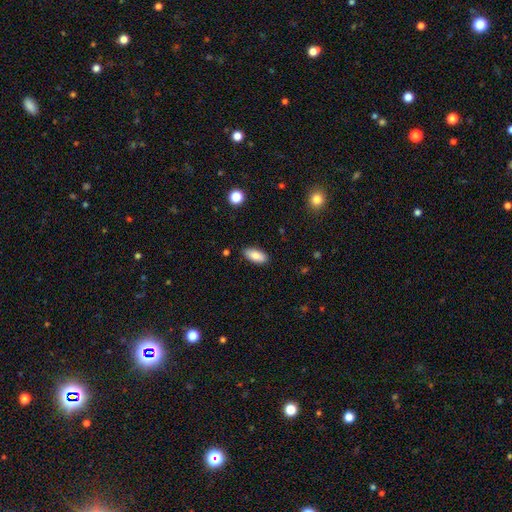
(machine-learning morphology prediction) smooth-or-featured: smooth: 85% | featured or disk: 8% | star or artifact: 7%
  how-rounded: in between: 90% | cigar-shaped: 8% | round: 2%
  merging: none: 87% | minor disturbance: 9% | major disturbance: 2% | merger: 1%